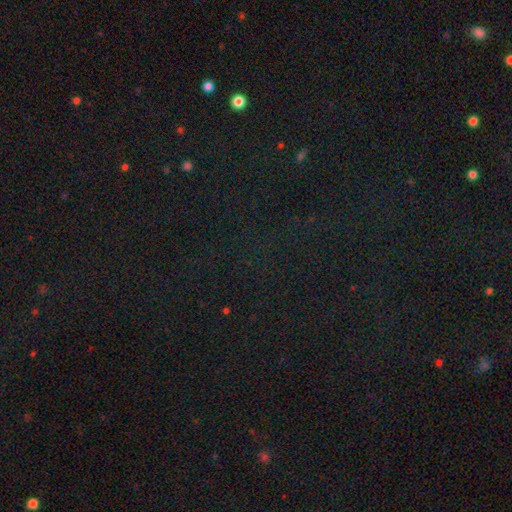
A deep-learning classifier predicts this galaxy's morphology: Smooth or featured: star or artifact — 79% (smooth — 13%)